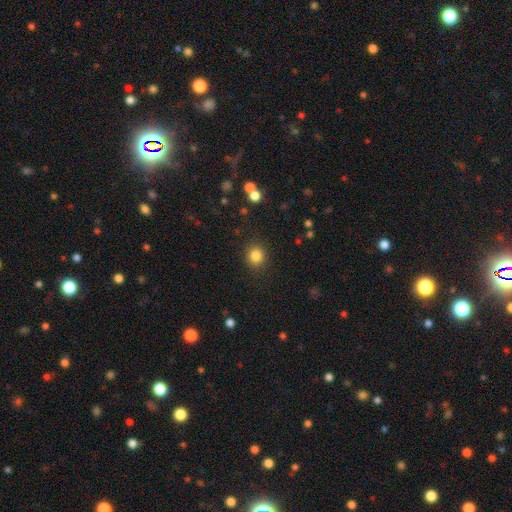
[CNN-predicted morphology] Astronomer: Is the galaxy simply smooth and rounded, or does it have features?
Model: smooth — 83%.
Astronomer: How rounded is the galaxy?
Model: round — 83%.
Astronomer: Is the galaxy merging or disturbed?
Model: none — 89%.